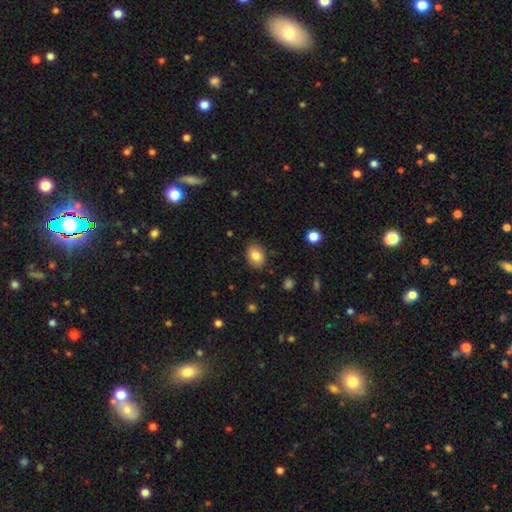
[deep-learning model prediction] This appears to be a smooth galaxy with no disk features (83%) that is in between round and cigar-shaped (66%). Merging: none (86%).